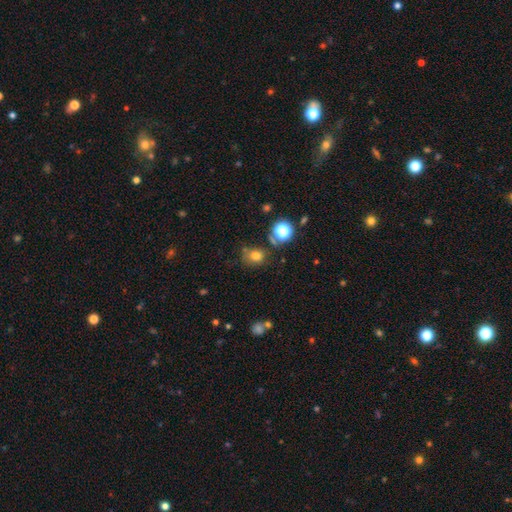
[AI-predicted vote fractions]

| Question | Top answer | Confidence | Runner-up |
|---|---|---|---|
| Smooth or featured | smooth | 74% | star or artifact (18%) |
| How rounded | round | 61% | in between (38%) |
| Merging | none | 69% | minor disturbance (17%) |